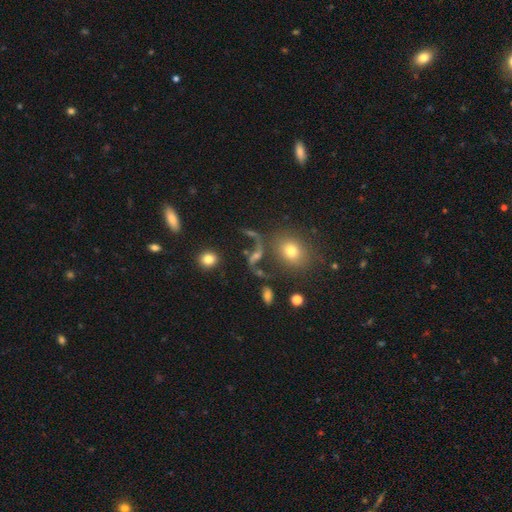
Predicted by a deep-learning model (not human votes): A featured or disk galaxy (56%) with no bar (50%), spiral arms (79%) and a small central bulge (37%).

Vote fractions:
- Smooth or featured? featured or disk: 56% / smooth: 27% / star or artifact: 17%
- Edge-on disk? no: 91% / yes: 9%
- Bar? no: 50% / weak: 32% / strong: 17%
- Spiral arms? yes: 79% / no: 21%
- Bulge size? small: 37% / moderate: 35% / none: 15% / large: 10% / dominant: 4%
- Merging? none: 54% / major disturbance: 16% / minor disturbance: 15% / merger: 14%